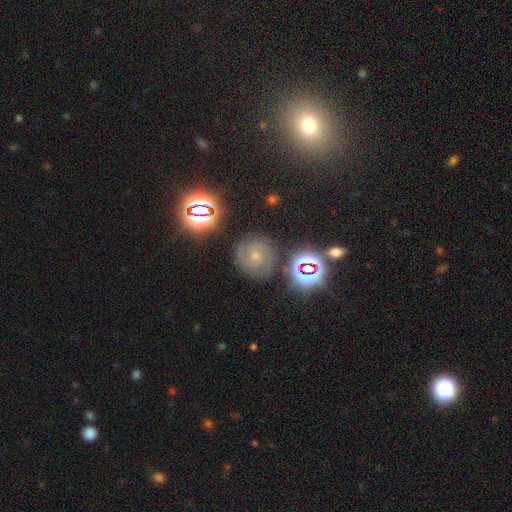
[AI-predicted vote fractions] Q: Smooth or featured?
A: featured or disk (59%); runner-up: smooth (21%)
Q: Edge-on disk?
A: no (97%); runner-up: yes (3%)
Q: Bar?
A: no (60%); runner-up: weak (32%)
Q: Spiral arms?
A: yes (93%); runner-up: no (7%)
Q: Spiral winding?
A: tight (62%); runner-up: medium (32%)
Q: Spiral arm count?
A: 2 (44%); runner-up: can't tell (23%)
Q: Bulge size?
A: small (61%); runner-up: moderate (30%)
Q: Merging?
A: none (78%); runner-up: minor disturbance (14%)